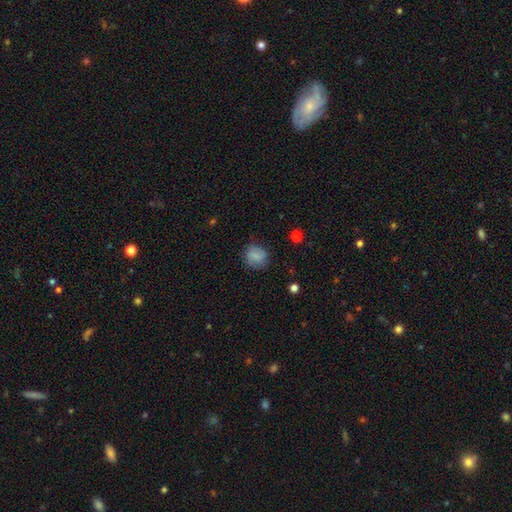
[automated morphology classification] Overall: smooth (79%). How rounded: round (72%). Merging: none (74%).